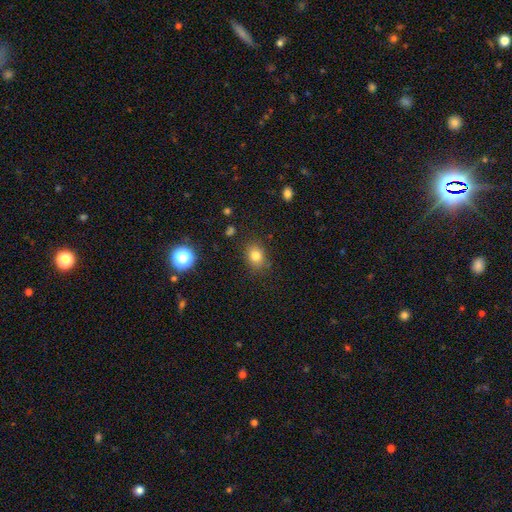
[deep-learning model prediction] Smooth or featured? smooth (80%)
How rounded? in between (52%)
Merging? none (82%)